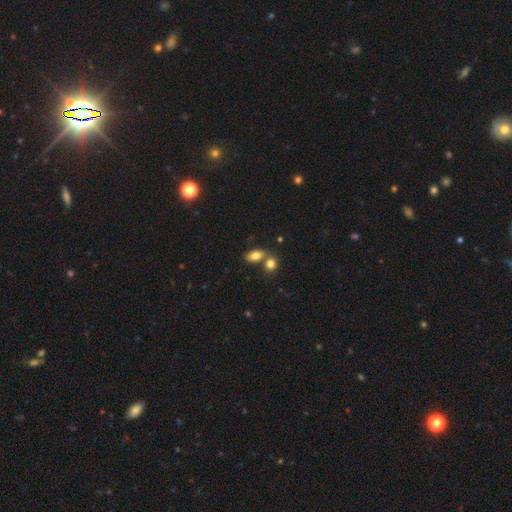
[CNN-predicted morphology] smooth_or_featured: smooth (p=0.81) [alt: featured or disk p=0.10]
how_rounded: in between (p=0.86) [alt: round p=0.10]
merging: none (p=0.54) [alt: merger p=0.32]